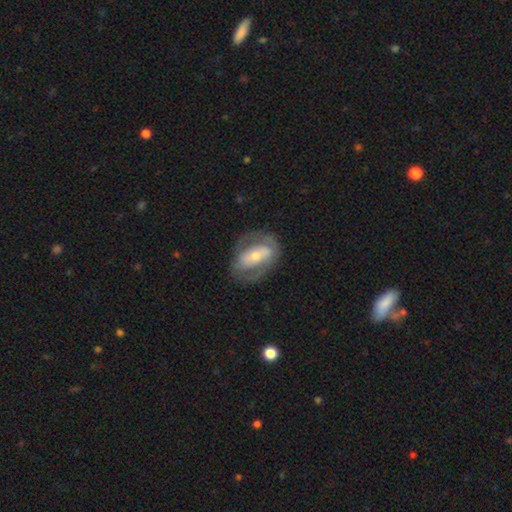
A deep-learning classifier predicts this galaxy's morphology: Smooth or featured: featured or disk — 70% (smooth — 24%)
Edge-on disk: no — 92% (yes — 8%)
Bar: strong — 47% (no — 29%)
Spiral arms: yes — 53% (no — 47%)
Bulge size: small — 47% (moderate — 44%)
Merging: none — 71% (minor disturbance — 16%)